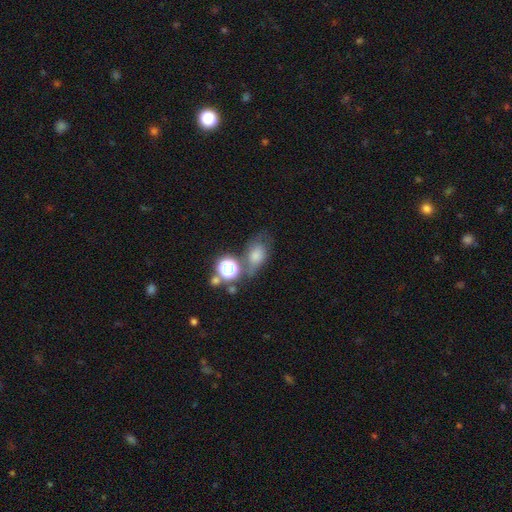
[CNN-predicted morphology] A smooth galaxy with no disk features (52%) that is in between round and cigar-shaped (62%). Merging: none (51%).